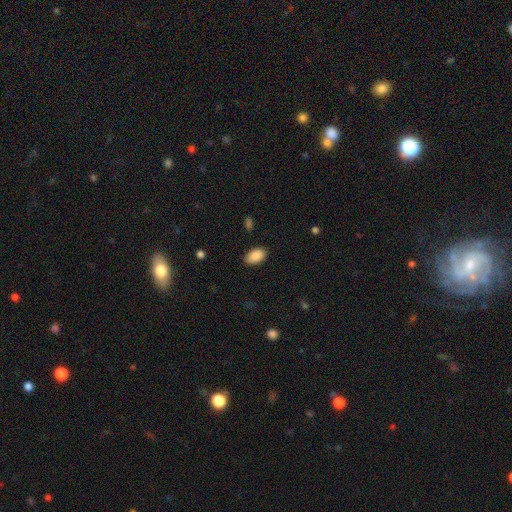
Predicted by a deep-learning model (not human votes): A smooth galaxy with no disk features (89%) that is in between round and cigar-shaped (92%).

Vote fractions:
- Smooth or featured? smooth: 89% / star or artifact: 7% / featured or disk: 3%
- How rounded? in between: 92% / round: 7% / cigar-shaped: 1%
- Merging? none: 86% / minor disturbance: 10% / major disturbance: 3% / merger: 1%